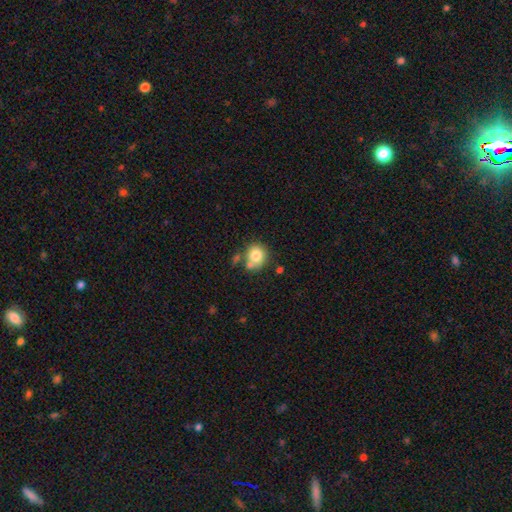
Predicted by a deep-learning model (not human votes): Smooth or featured: smooth — 77% (featured or disk — 12%)
How rounded: round — 83% (in between — 16%)
Merging: none — 59% (merger — 23%)